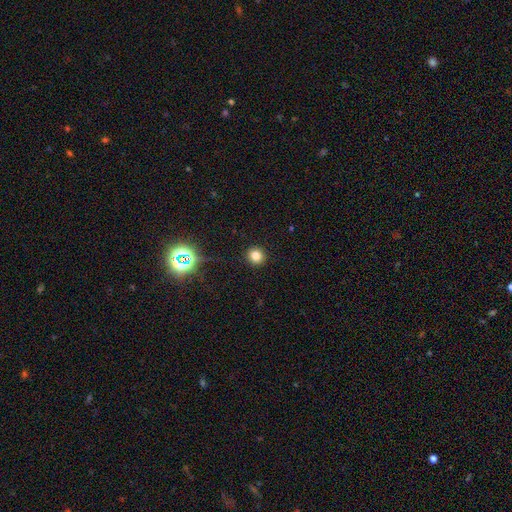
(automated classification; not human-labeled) Q: Smooth or featured?
A: smooth (78%); runner-up: star or artifact (16%)
Q: How rounded?
A: round (91%); runner-up: in between (8%)
Q: Merging?
A: none (92%); runner-up: minor disturbance (5%)